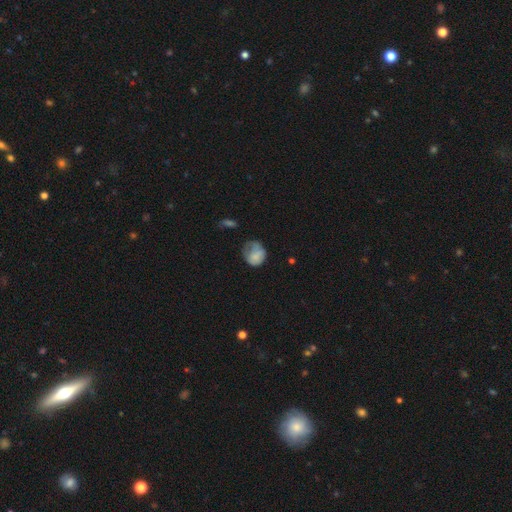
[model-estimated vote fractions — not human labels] smooth 73%, featured or disk 18%, star or artifact 9%. Down the decision tree: how rounded — round (64%); merging — minor disturbance (36%).